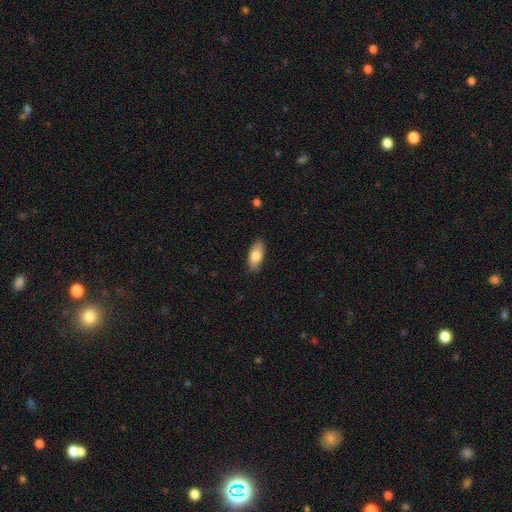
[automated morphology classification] smooth 80%, featured or disk 14%, star or artifact 6%. Down the decision tree: how rounded — in between (86%); merging — none (84%).